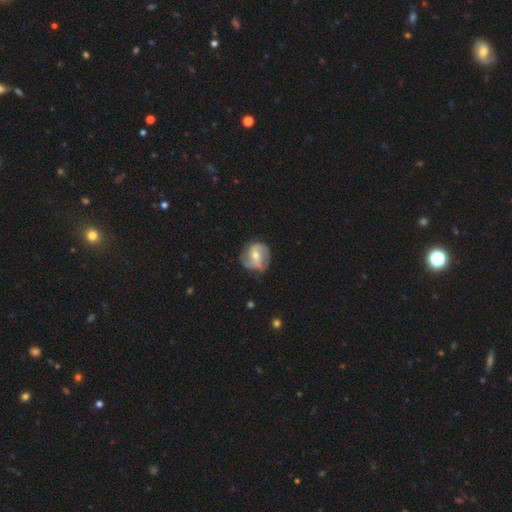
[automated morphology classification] Q: Smooth or featured?
A: featured or disk (73%); runner-up: smooth (21%)
Q: Edge-on disk?
A: no (97%); runner-up: yes (3%)
Q: Bar?
A: weak (43%); runner-up: no (35%)
Q: Spiral arms?
A: yes (91%); runner-up: no (9%)
Q: Spiral winding?
A: medium (46%); runner-up: tight (29%)
Q: Spiral arm count?
A: 2 (74%); runner-up: can't tell (10%)
Q: Bulge size?
A: moderate (58%); runner-up: small (37%)
Q: Merging?
A: none (74%); runner-up: minor disturbance (18%)